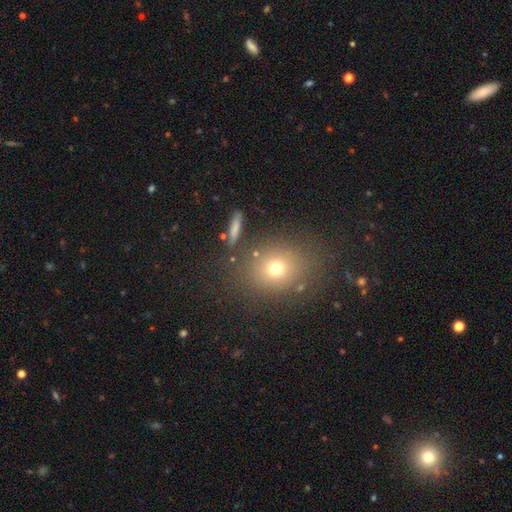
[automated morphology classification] A smooth galaxy with no disk features (65%) that is round (61%).

Vote fractions:
- Smooth or featured? smooth: 65% / star or artifact: 23% / featured or disk: 12%
- How rounded? round: 61% / in between: 38% / cigar-shaped: 2%
- Merging? none: 80% / minor disturbance: 10% / merger: 6% / major disturbance: 4%